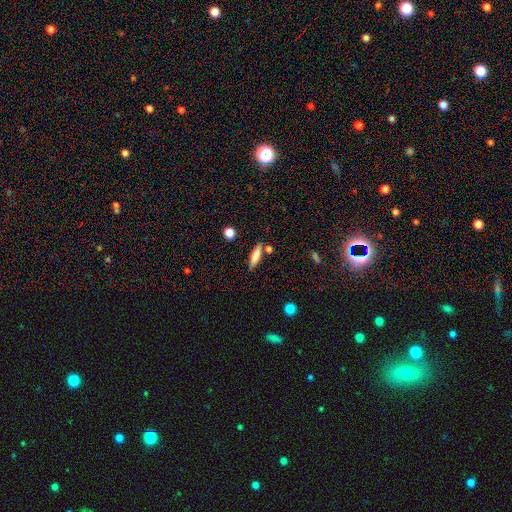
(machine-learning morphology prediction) smooth 75%, featured or disk 18%, star or artifact 7%. Down the decision tree: how rounded — cigar-shaped (67%); merging — none (80%).